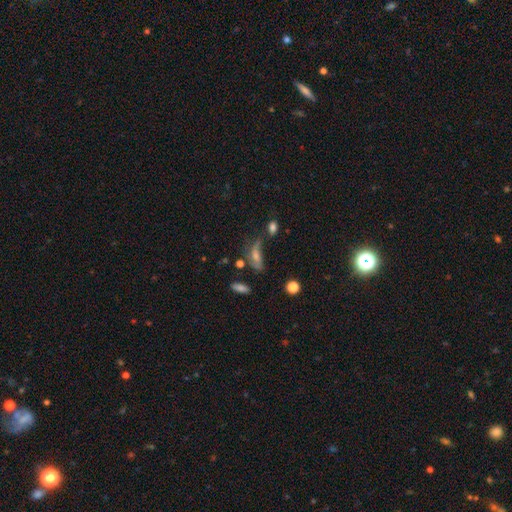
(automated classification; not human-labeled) smooth-or-featured: smooth: 39% (tied) | featured or disk: 39% (tied) | star or artifact: 22%
  merging: none: 38% | major disturbance: 23% | minor disturbance: 22% | merger: 18%